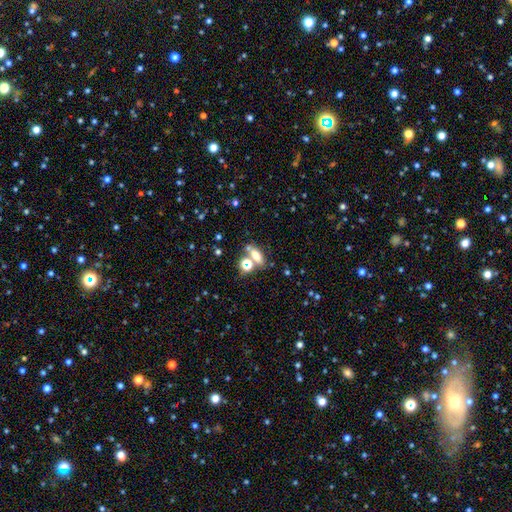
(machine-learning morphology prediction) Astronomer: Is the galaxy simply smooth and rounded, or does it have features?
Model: smooth — 59%.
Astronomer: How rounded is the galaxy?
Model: in between — 62%.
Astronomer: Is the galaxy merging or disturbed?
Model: none — 56%.